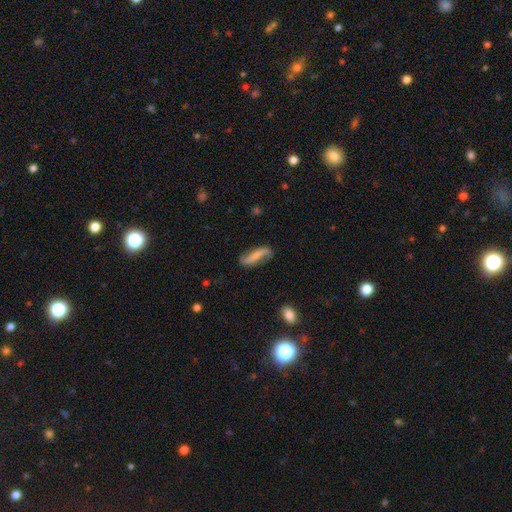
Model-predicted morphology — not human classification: A featured or disk galaxy (60%) with a strong bar (39%), spiral arms (89%) and no central bulge (51%). Merging: none (71%).